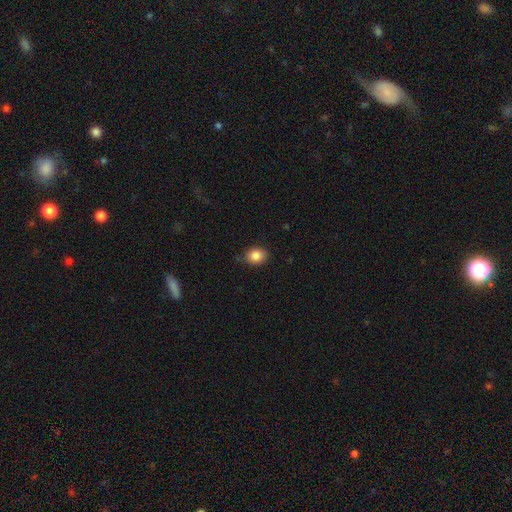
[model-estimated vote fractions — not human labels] Overall: smooth (85%). How rounded: round (56%; in between 43%). Merging: none (84%).